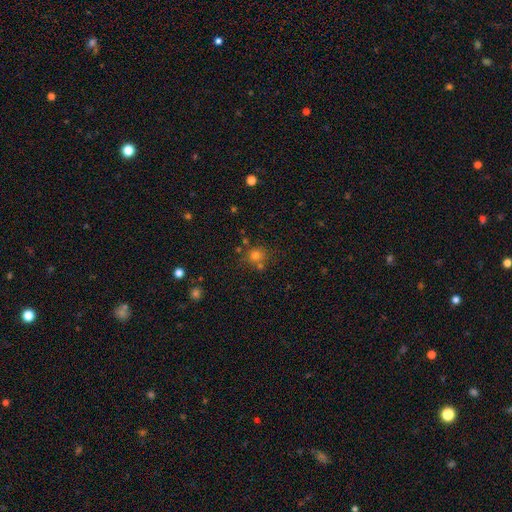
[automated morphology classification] Smooth or featured: smooth — 72% (star or artifact — 19%)
How rounded: round — 86% (in between — 13%)
Merging: none — 70% (merger — 15%)